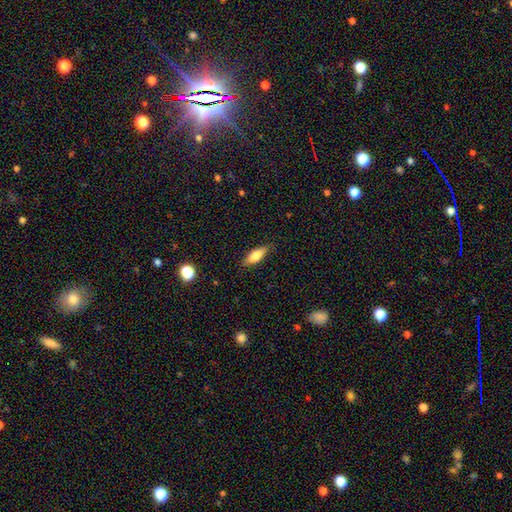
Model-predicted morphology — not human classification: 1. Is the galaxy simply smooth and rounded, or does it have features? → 73% smooth, 20% featured or disk, 7% star or artifact.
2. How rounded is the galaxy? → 63% in between, 34% cigar-shaped, 3% round.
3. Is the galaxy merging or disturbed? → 83% none, 13% minor disturbance, 3% major disturbance, 1% merger.